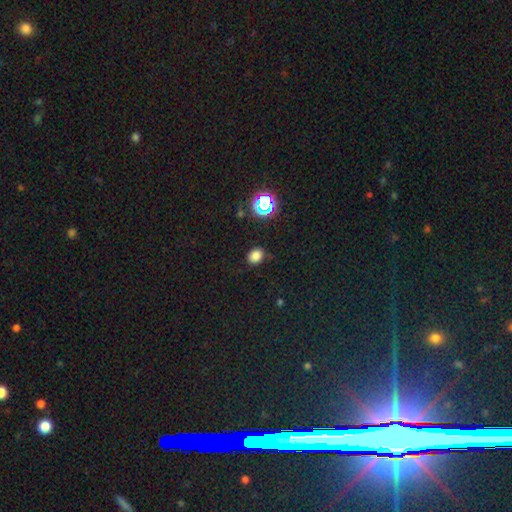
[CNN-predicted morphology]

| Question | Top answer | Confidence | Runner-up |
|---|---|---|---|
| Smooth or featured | smooth | 77% | star or artifact (18%) |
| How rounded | in between | 50% | round (49%) |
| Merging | none | 81% | minor disturbance (14%) |